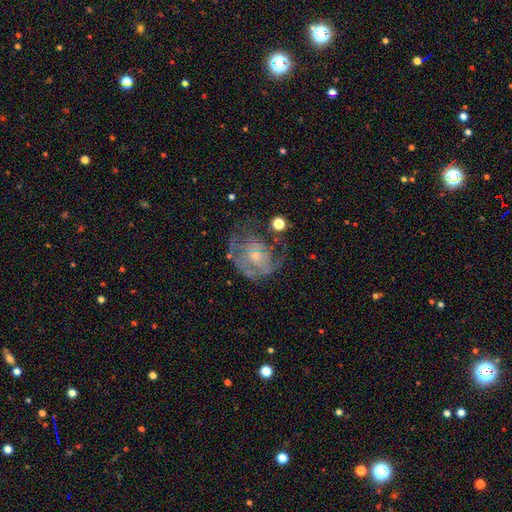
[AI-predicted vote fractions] smooth_or_featured: featured or disk (p=0.72) [alt: smooth p=0.19]
disk_edge_on: no (p=0.97) [alt: yes p=0.03]
bar: no (p=0.76) [alt: weak p=0.20]
has_spiral_arms: yes (p=0.65) [alt: no p=0.35]
bulge_size: small (p=0.62) [alt: moderate p=0.30]
merging: none (p=0.45) [alt: major disturbance p=0.29]